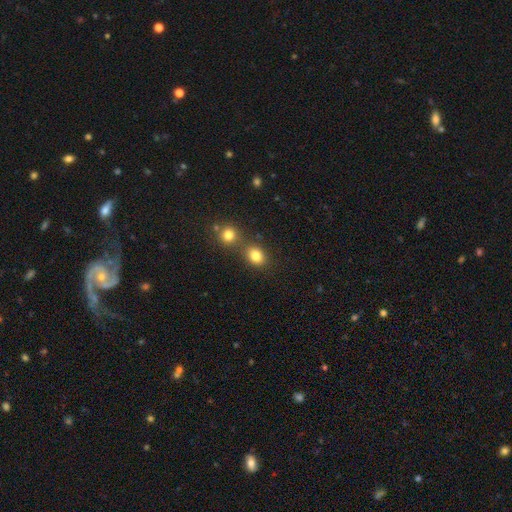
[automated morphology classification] A smooth galaxy with no disk features (82%) that is round (56%).

Vote fractions:
- Smooth or featured? smooth: 82% / star or artifact: 12% / featured or disk: 6%
- How rounded? round: 56% / in between: 43% / cigar-shaped: 1%
- Merging? none: 60% / merger: 27% / minor disturbance: 10% / major disturbance: 3%